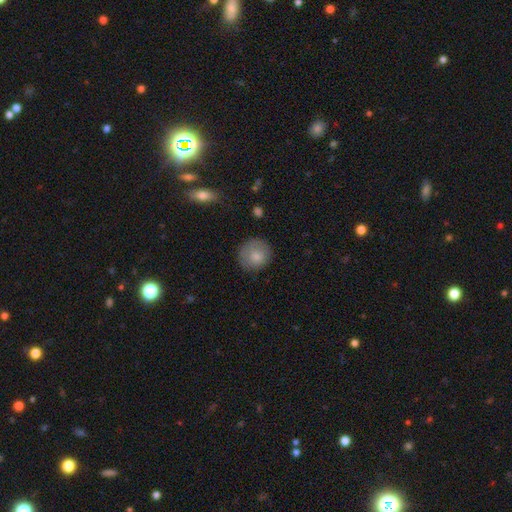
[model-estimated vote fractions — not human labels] This appears to be a smooth galaxy with no disk features (82%) that is round (90%). Merging: none (81%).